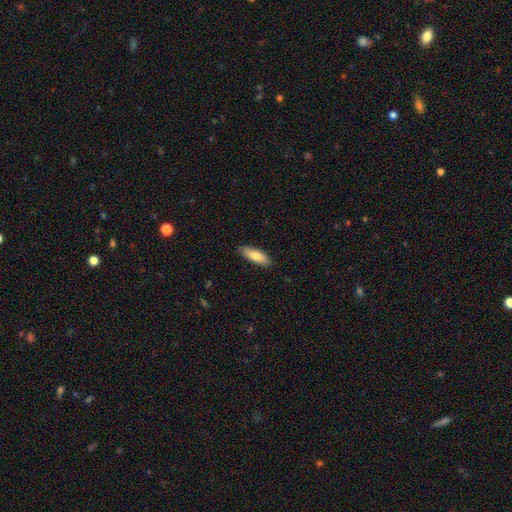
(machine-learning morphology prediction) Overall: smooth (78%). How rounded: in between (51%; cigar-shaped 47%). Merging: none (89%).